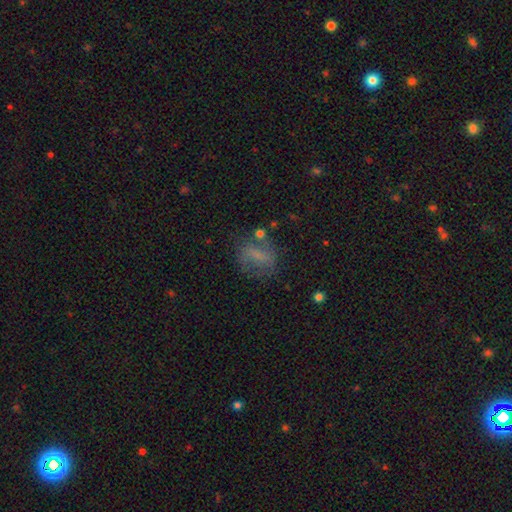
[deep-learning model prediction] A smooth galaxy with no disk features (52%) that is in between round and cigar-shaped (58%). Merging: none (59%).